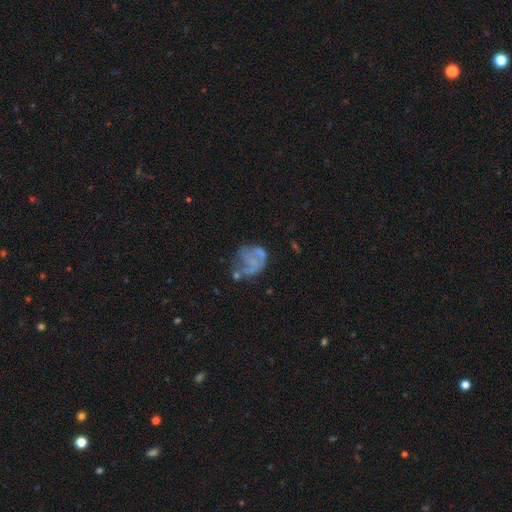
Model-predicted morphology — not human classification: Smooth or featured: featured or disk — 52% (smooth — 36%)
Edge-on disk: no — 98% (yes — 2%)
Bar: no — 83% (weak — 13%)
Spiral arms: no — 66% (yes — 34%)
Bulge size: none — 76% (small — 13%)
Merging: none — 34% (major disturbance — 33%)